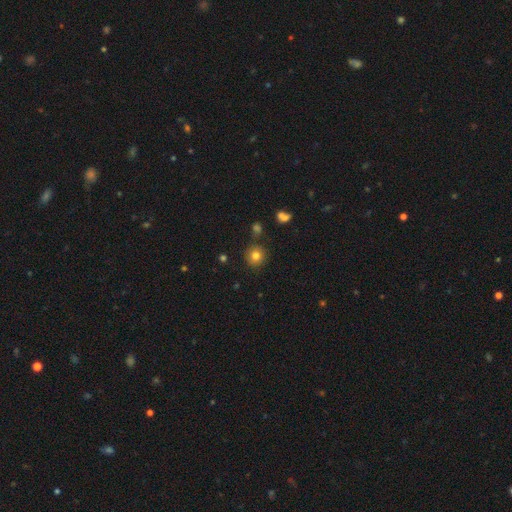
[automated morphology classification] type=smooth (80%); roundness=round (91%); merging=none (86%).